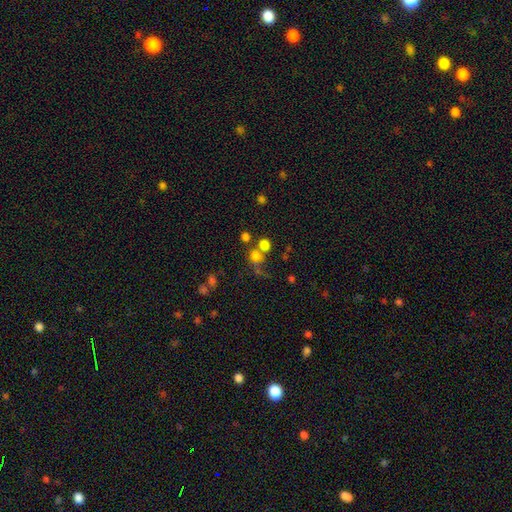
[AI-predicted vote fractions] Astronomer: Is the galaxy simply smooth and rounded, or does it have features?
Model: smooth — 69%.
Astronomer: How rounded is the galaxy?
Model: round — 83%.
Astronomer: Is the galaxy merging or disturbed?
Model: none — 46% (runner-up: merger, 34%).